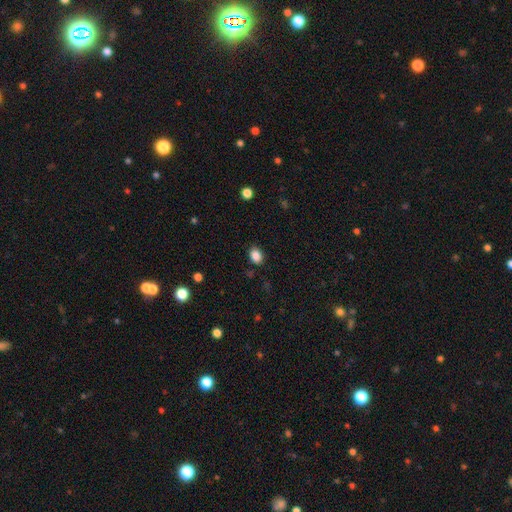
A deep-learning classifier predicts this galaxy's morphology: Q: Smooth or featured?
A: smooth (87%); runner-up: star or artifact (9%)
Q: How rounded?
A: in between (69%); runner-up: round (30%)
Q: Merging?
A: none (86%); runner-up: minor disturbance (10%)